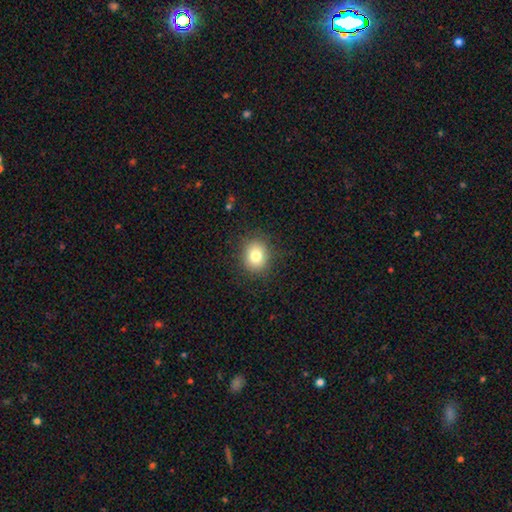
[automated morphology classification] A smooth galaxy with no disk features (80%) that is round (69%). Merging: none (87%).